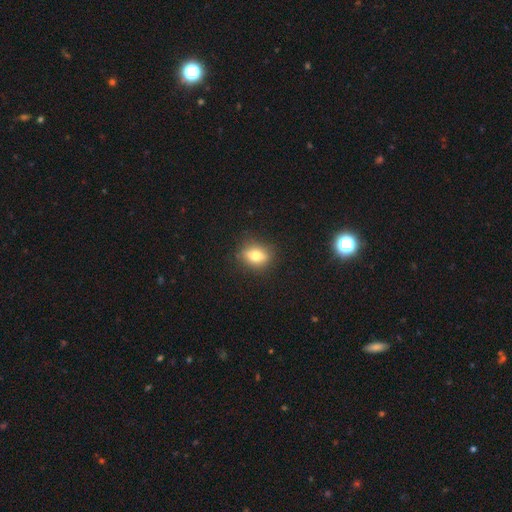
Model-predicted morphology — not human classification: type=smooth (62%); roundness=in between (57%); merging=none (84%).